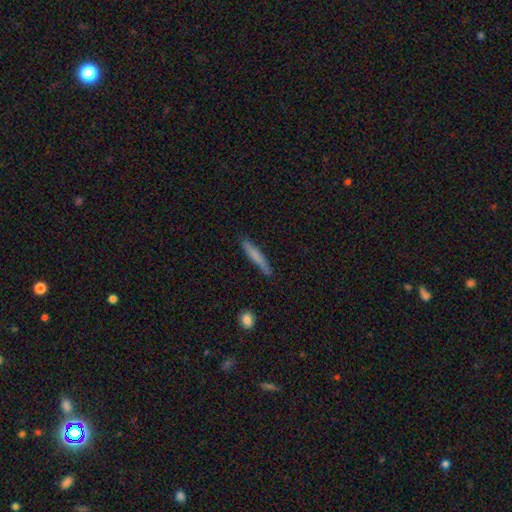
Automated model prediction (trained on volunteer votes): A smooth galaxy with no disk features (70%) that is cigar-shaped (94%). Merging: none (83%).